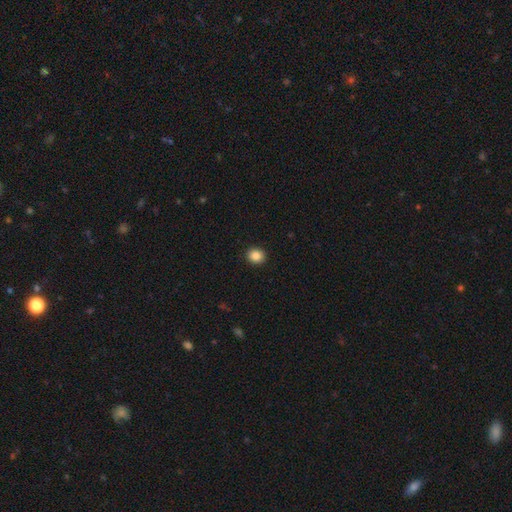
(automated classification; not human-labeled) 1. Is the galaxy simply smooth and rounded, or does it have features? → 87% smooth, 9% star or artifact, 3% featured or disk.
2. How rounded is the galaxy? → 80% round, 20% in between, 1% cigar-shaped.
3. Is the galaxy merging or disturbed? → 92% none, 5% minor disturbance, 2% major disturbance, 1% merger.